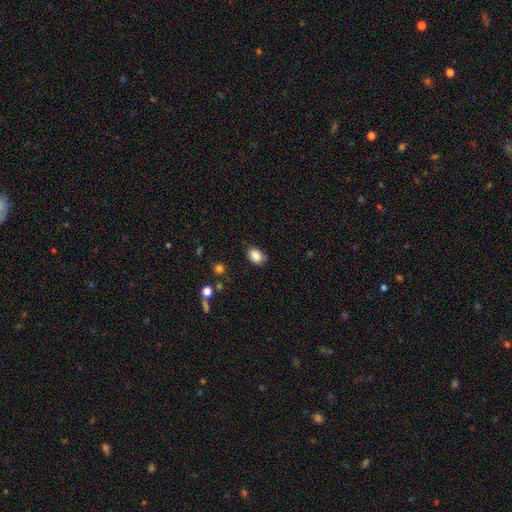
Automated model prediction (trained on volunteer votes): A smooth galaxy with no disk features (86%) that is in between round and cigar-shaped (81%).

Vote fractions:
- Smooth or featured? smooth: 86% / star or artifact: 9% / featured or disk: 5%
- How rounded? in between: 81% / round: 17% / cigar-shaped: 1%
- Merging? none: 74% / minor disturbance: 20% / major disturbance: 4% / merger: 2%